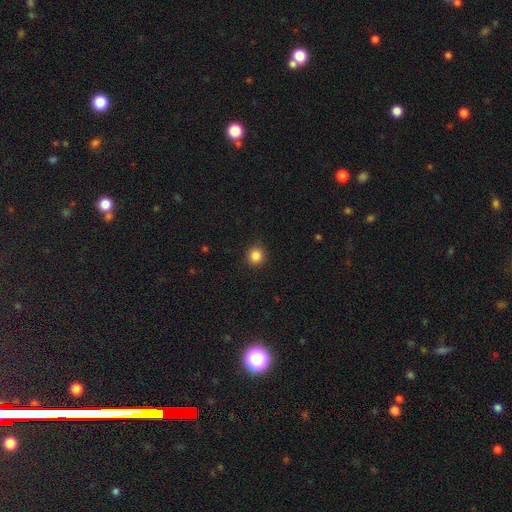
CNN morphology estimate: smooth-or-featured: smooth: 86% | star or artifact: 11% | featured or disk: 4%
  how-rounded: round: 92% | in between: 7% | cigar-shaped: 1%
  merging: none: 91% | minor disturbance: 6% | major disturbance: 2% | merger: 1%